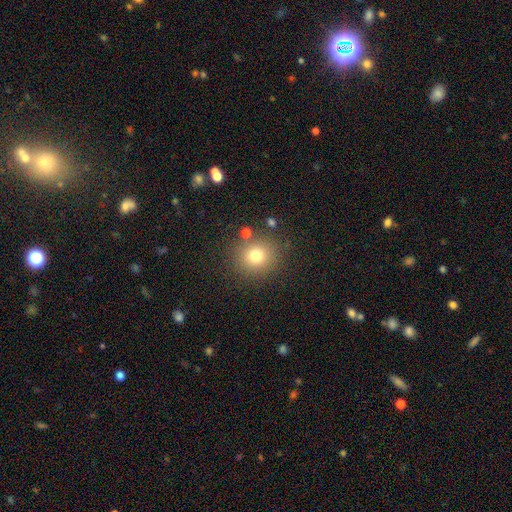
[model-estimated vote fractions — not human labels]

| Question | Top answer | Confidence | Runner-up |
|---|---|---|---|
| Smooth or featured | smooth | 76% | star or artifact (15%) |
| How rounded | round | 87% | in between (12%) |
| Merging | none | 83% | minor disturbance (9%) |